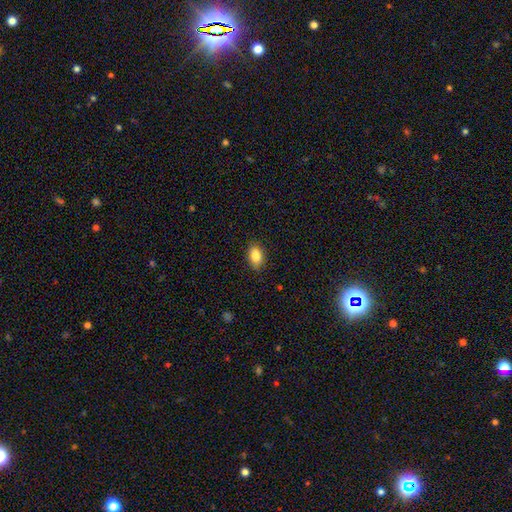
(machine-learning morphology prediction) A smooth galaxy with no disk features (85%) that is in between round and cigar-shaped (85%). Merging: none (85%).